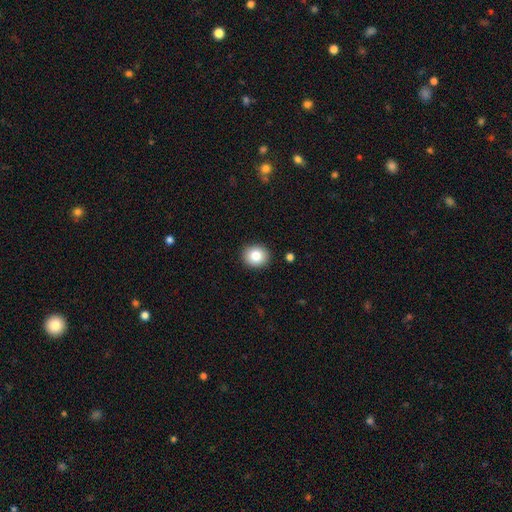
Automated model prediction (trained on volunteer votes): smooth_or_featured: smooth (p=0.82) [alt: star or artifact p=0.09]
how_rounded: round (p=0.81) [alt: in between p=0.18]
merging: none (p=0.91) [alt: minor disturbance p=0.06]